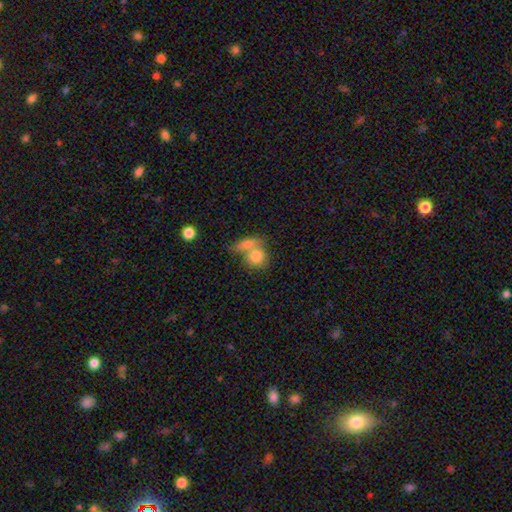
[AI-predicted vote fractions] smooth_or_featured: smooth (p=0.79) [alt: featured or disk p=0.14]
how_rounded: round (p=0.67) [alt: in between p=0.30]
merging: merger (p=0.54) [alt: none p=0.33]